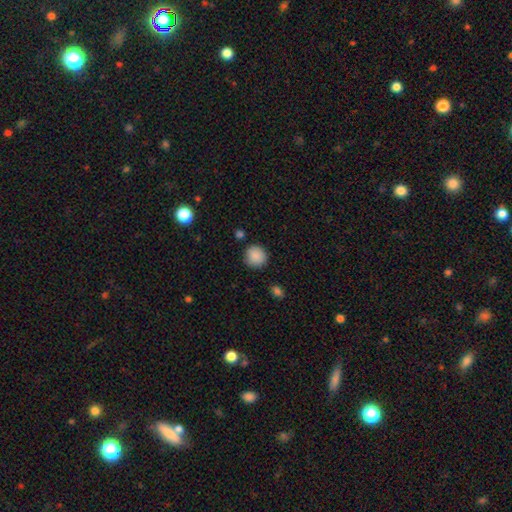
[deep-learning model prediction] A smooth galaxy with no disk features (88%) that is round (91%).

Vote fractions:
- Smooth or featured? smooth: 88% / star or artifact: 8% / featured or disk: 4%
- How rounded? round: 91% / in between: 8% / cigar-shaped: 1%
- Merging? none: 87% / minor disturbance: 8% / major disturbance: 2% / merger: 2%